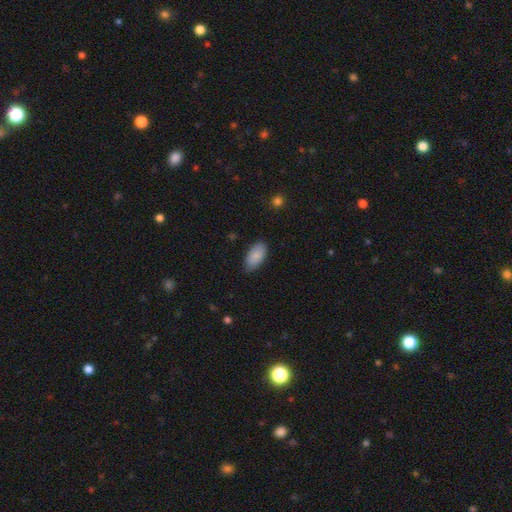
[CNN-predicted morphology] Overall: smooth (88%). How rounded: in between (94%). Merging: none (80%).